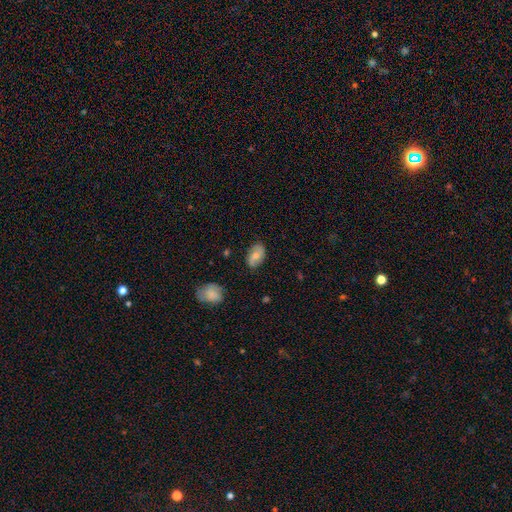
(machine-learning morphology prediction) This is possibly a smooth galaxy (53%). How rounded: clearly in between (90%). Merging: likely none (80%).